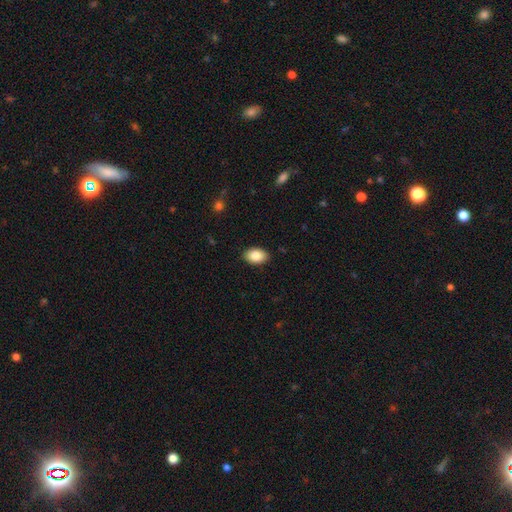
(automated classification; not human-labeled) This is clearly a smooth galaxy (85%). How rounded: clearly in between (90%). Merging: clearly none (88%).